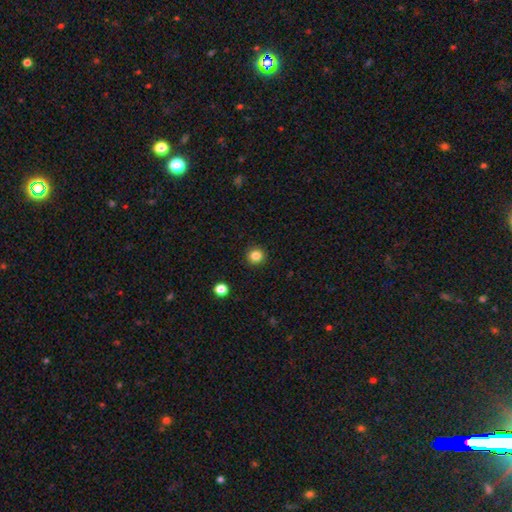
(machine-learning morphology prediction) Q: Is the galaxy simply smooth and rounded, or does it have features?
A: smooth — 84%.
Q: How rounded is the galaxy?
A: round — 93%.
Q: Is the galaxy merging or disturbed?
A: none — 92%.